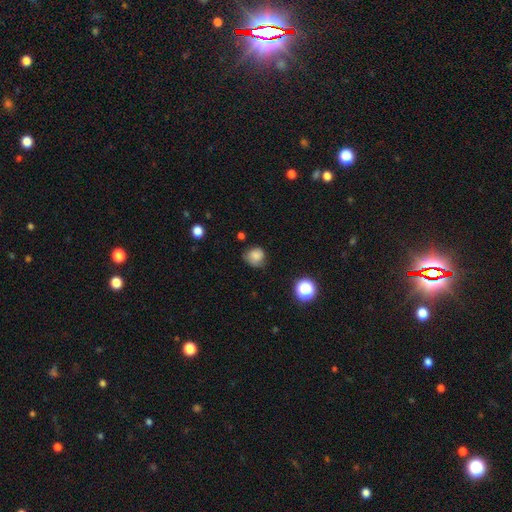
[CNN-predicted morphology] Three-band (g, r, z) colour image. It shows a smooth galaxy with no disk features (79%) that is round (78%). Merging: none (60%).